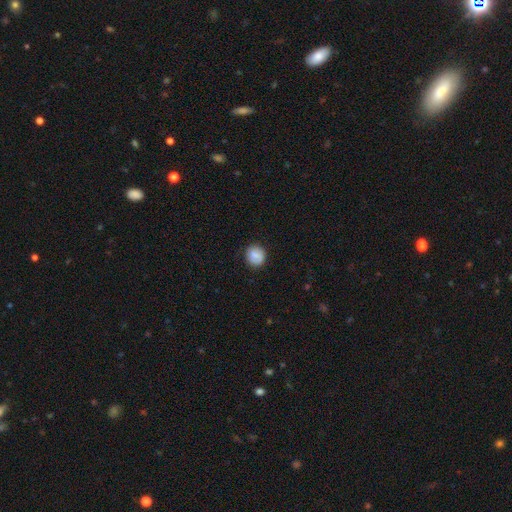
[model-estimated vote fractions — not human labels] Overall: smooth (81%). How rounded: round (84%). Merging: none (84%).